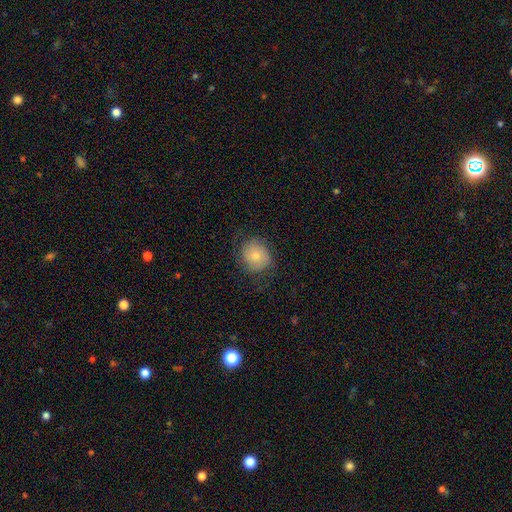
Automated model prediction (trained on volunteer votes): Smooth or featured? Predicted: smooth (p=0.68). How rounded? Predicted: round (p=0.79). Merging? Predicted: none (p=0.69).